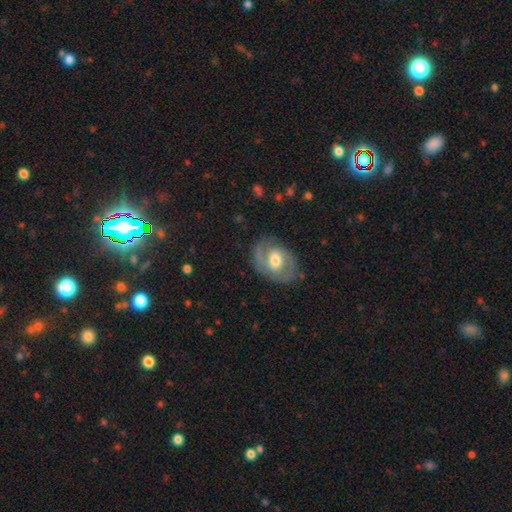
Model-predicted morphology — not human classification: Smooth or featured?
  - featured or disk: 49% *
  - smooth: 29%
  - star or artifact: 22%
Merging?
  - none: 79% *
  - minor disturbance: 13%
  - major disturbance: 6%
  - merger: 2%